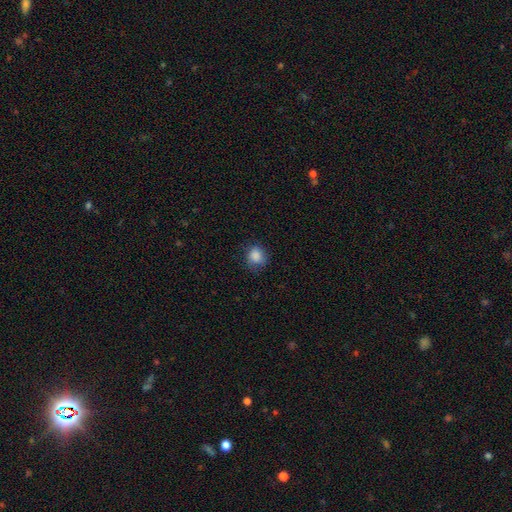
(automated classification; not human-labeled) smooth 86%, star or artifact 9%, featured or disk 6%. Down the decision tree: how rounded — round (71%); merging — none (68%).